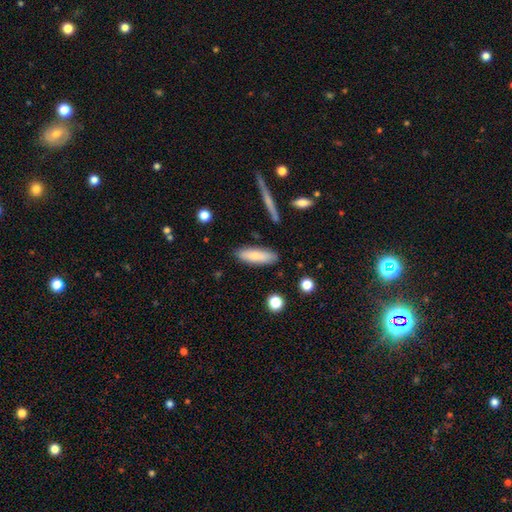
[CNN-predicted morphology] smooth 77%, featured or disk 16%, star or artifact 6%. Down the decision tree: how rounded — cigar-shaped (56%); merging — none (85%).